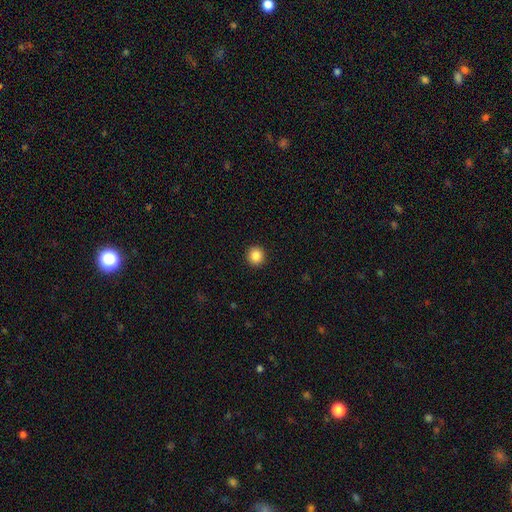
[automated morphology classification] smooth 87%, star or artifact 10%, featured or disk 4%. Down the decision tree: how rounded — round (93%); merging — none (93%).